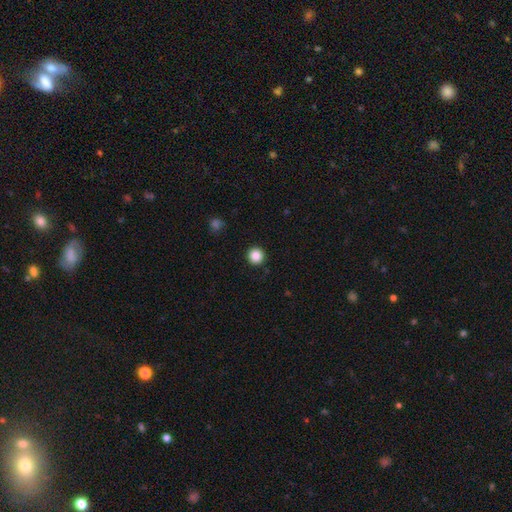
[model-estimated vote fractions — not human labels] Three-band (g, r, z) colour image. It shows a smooth galaxy with no disk features (87%) that is round (96%). Merging: none (93%).